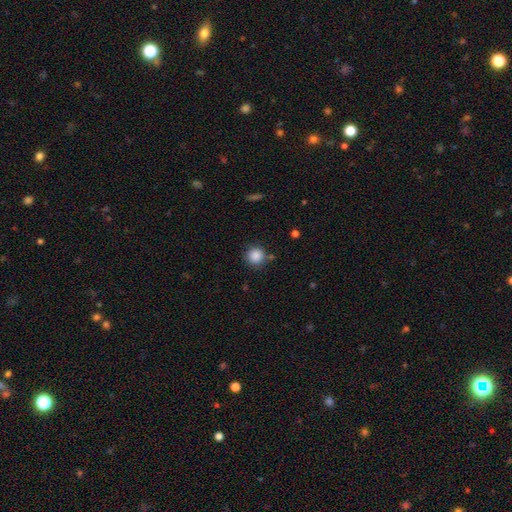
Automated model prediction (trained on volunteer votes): smooth_or_featured: smooth (p=0.87) [alt: star or artifact p=0.09]
how_rounded: round (p=0.94) [alt: in between p=0.05]
merging: none (p=0.83) [alt: minor disturbance p=0.10]